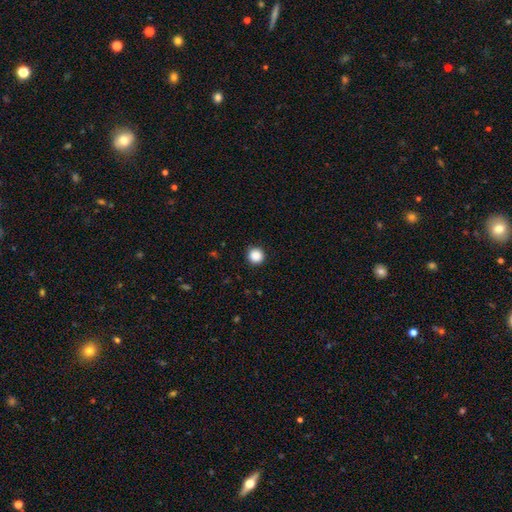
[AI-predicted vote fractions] A smooth galaxy with no disk features (88%) that is round (96%).

Vote fractions:
- Smooth or featured? smooth: 88% / star or artifact: 10% / featured or disk: 2%
- How rounded? round: 96% / in between: 3% / cigar-shaped: 1%
- Merging? none: 92% / minor disturbance: 5% / major disturbance: 2% / merger: 1%